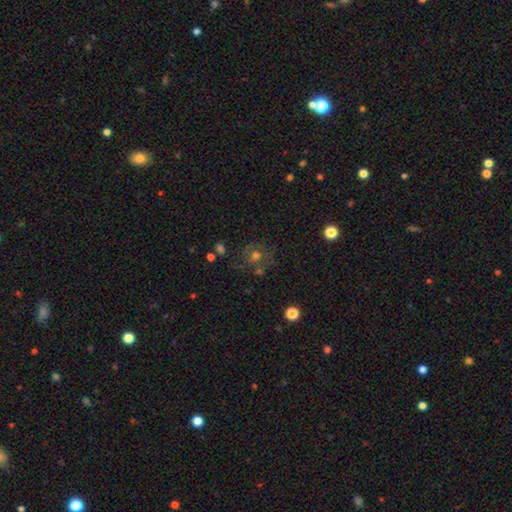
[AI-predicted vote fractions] Smooth or featured: smooth — 40% (featured or disk — 39%)
Merging: none — 63% (minor disturbance — 17%)